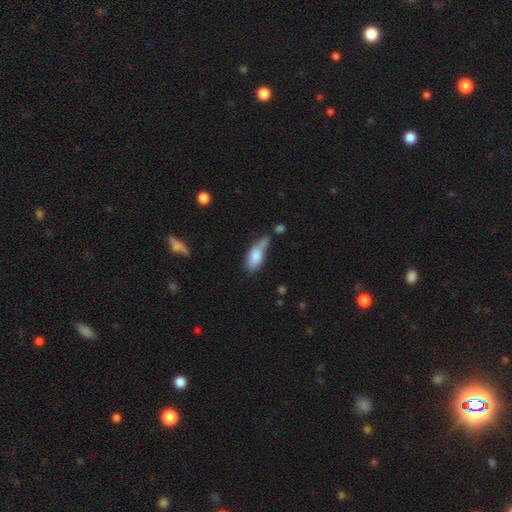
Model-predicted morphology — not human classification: smooth_or_featured: smooth (p=0.77) [alt: featured or disk p=0.16]
how_rounded: in between (p=0.78) [alt: cigar-shaped p=0.19]
merging: minor disturbance (p=0.30) [alt: none p=0.29]